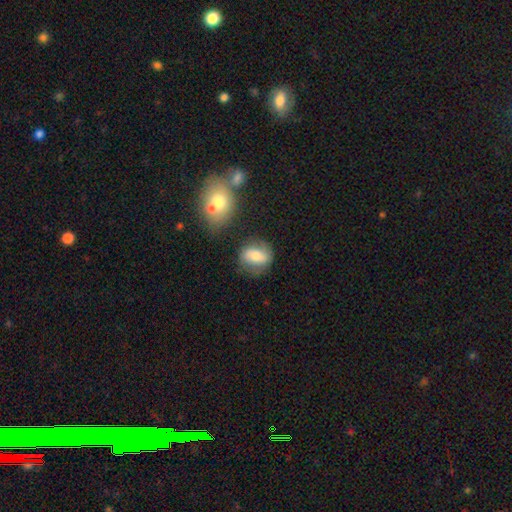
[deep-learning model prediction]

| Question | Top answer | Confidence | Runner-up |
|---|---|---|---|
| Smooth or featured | smooth | 62% | featured or disk (30%) |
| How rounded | in between | 55% | round (43%) |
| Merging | none | 69% | minor disturbance (19%) |